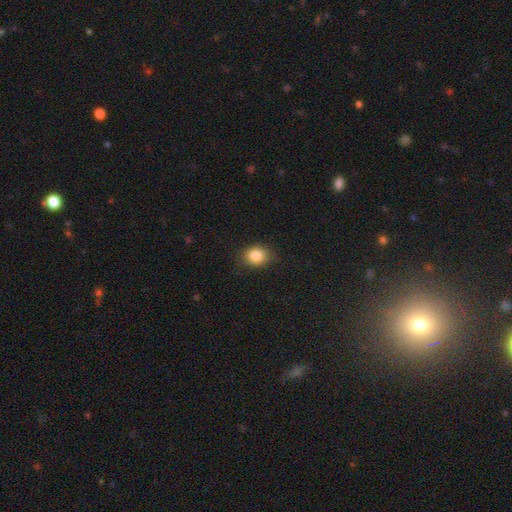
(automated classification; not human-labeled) A smooth galaxy with no disk features (86%) that is round (56%). Merging: none (84%).